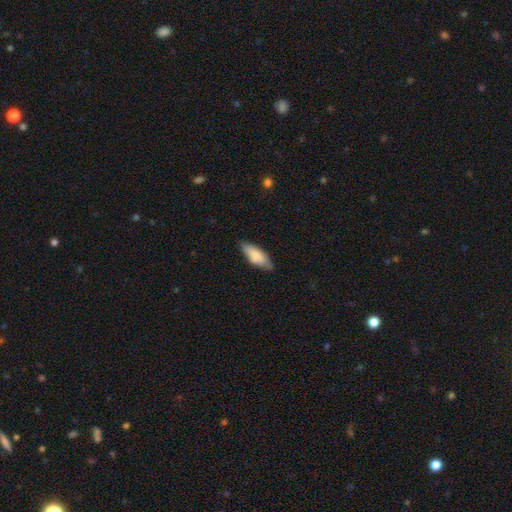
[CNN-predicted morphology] This appears to be a smooth galaxy with no disk features (82%) that is in between round and cigar-shaped (74%). Merging: none (76%).